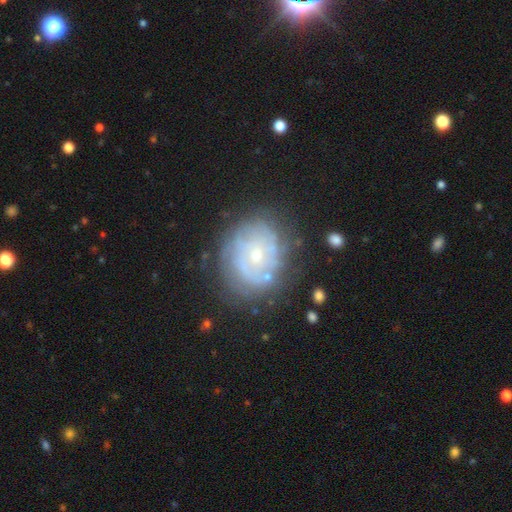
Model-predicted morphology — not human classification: This is likely a featured or disk galaxy (68%). It is clearly not viewed edge-on (97%). Bar: likely no (78%). Spiral arm pattern: likely yes (68%). Central bulge: possibly small (58%). Merging: likely none (69%).